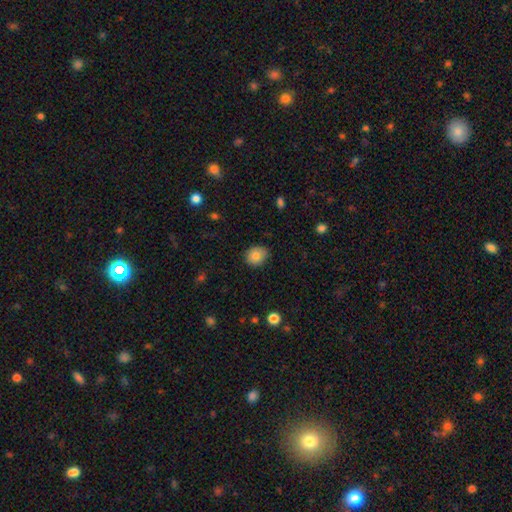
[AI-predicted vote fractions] smooth 81%, featured or disk 10%, star or artifact 9%. Down the decision tree: how rounded — round (73%); merging — none (82%).